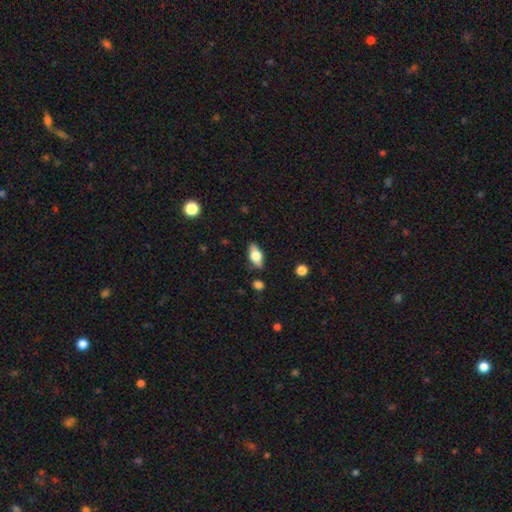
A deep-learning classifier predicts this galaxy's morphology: Smooth or featured: smooth — 59% (featured or disk — 33%)
How rounded: in between — 82% (cigar-shaped — 12%)
Merging: none — 81% (minor disturbance — 14%)